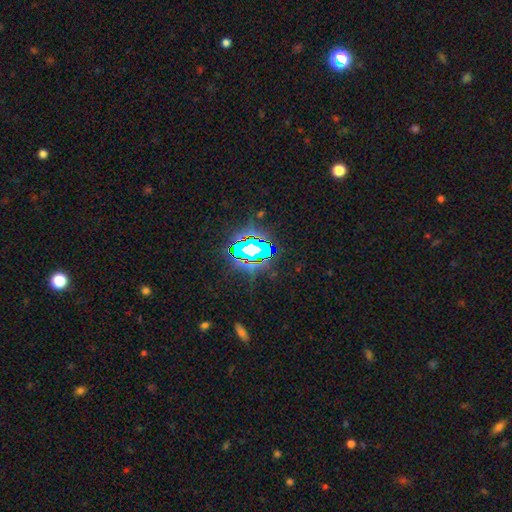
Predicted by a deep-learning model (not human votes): This is likely a star or artifact rather than a galaxy (74%).